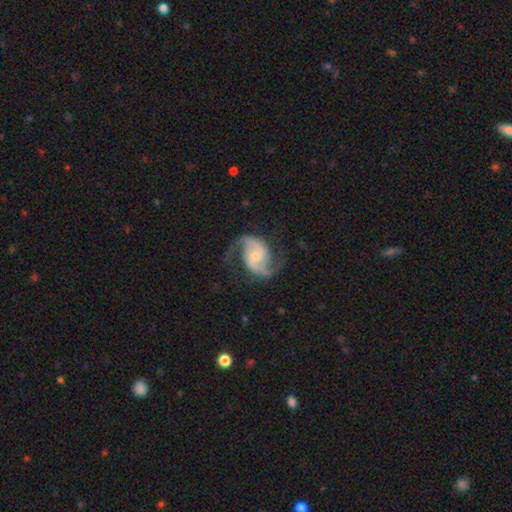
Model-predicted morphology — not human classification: A featured or disk galaxy (91%) with a weak bar (45%), 2 (94%) medium (52%) spiral arms (98%) and a small central bulge (54%). Merging: none (75%).